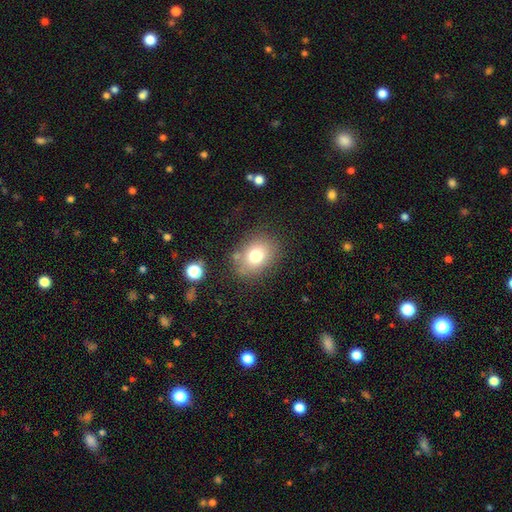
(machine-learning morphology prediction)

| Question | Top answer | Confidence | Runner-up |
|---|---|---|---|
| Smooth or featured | smooth | 75% | featured or disk (13%) |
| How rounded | in between | 57% | round (42%) |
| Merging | none | 75% | minor disturbance (15%) |